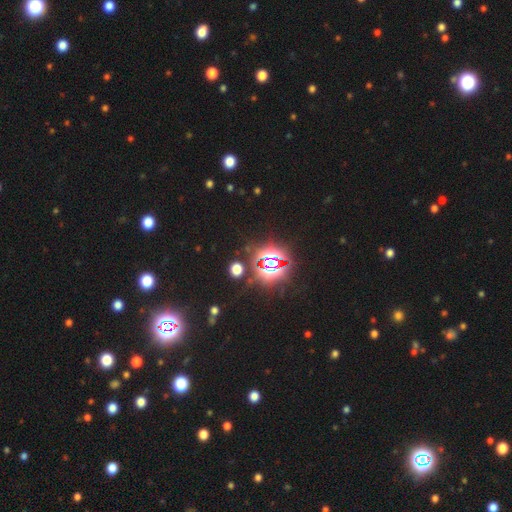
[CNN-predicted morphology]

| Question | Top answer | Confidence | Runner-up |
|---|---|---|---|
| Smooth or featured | star or artifact | 83% | smooth (11%) |